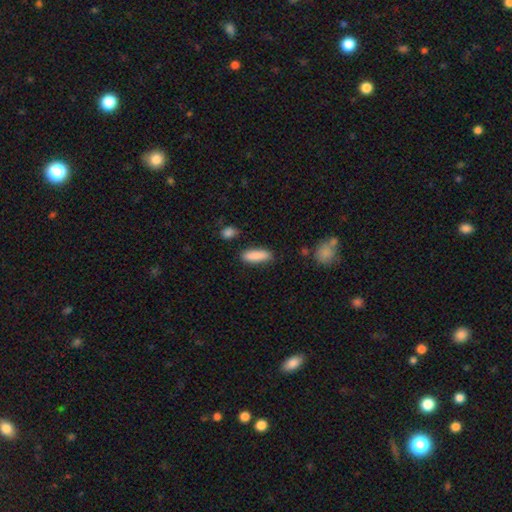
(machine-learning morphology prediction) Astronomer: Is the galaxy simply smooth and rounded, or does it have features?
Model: smooth — 88%.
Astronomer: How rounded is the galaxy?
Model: cigar-shaped — 50% (runner-up: in between, 48%).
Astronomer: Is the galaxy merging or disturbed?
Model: none — 82%.